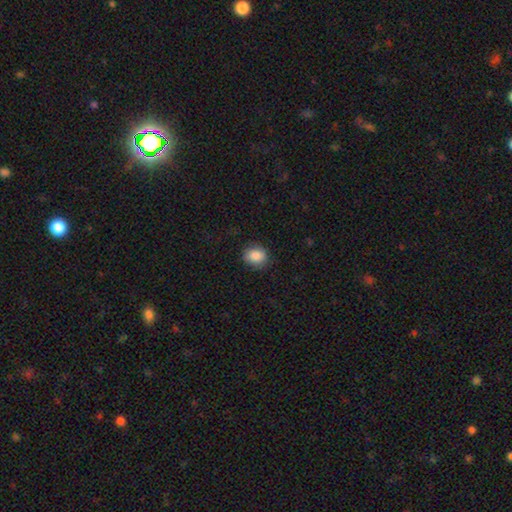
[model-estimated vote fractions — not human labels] A smooth galaxy with no disk features (86%) that is round (62%). Merging: none (82%).